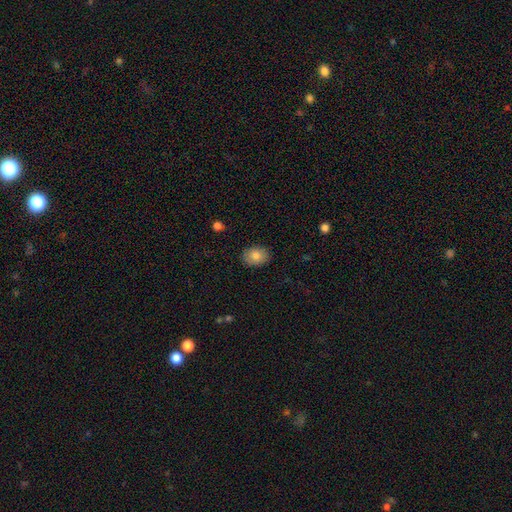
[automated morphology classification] This appears to be a smooth galaxy with no disk features (82%) that is in between round and cigar-shaped (68%). Merging: none (86%).